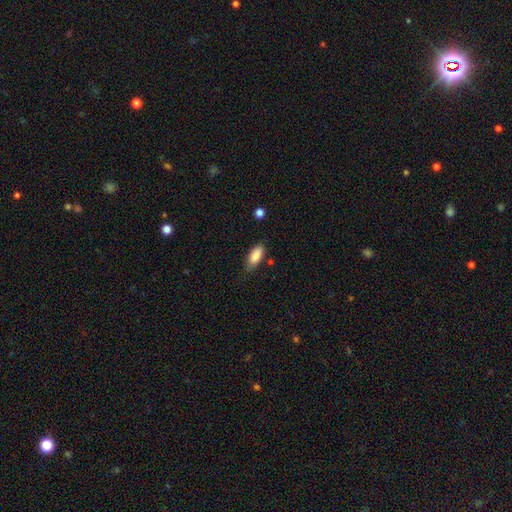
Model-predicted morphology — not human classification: Smooth or featured: smooth — 87% (star or artifact — 7%)
How rounded: in between — 84% (cigar-shaped — 14%)
Merging: none — 70% (minor disturbance — 23%)